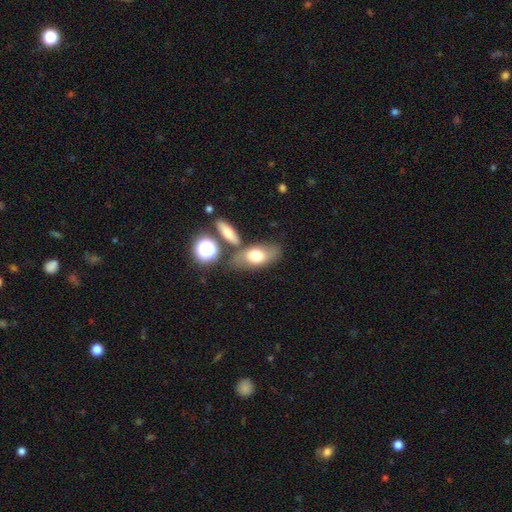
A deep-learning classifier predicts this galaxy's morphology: A smooth galaxy with no disk features (66%) that is in between round and cigar-shaped (82%).

Vote fractions:
- Smooth or featured? smooth: 66% / featured or disk: 26% / star or artifact: 8%
- How rounded? in between: 82% / round: 10% / cigar-shaped: 8%
- Merging? none: 61% / merger: 19% / minor disturbance: 14% / major disturbance: 6%